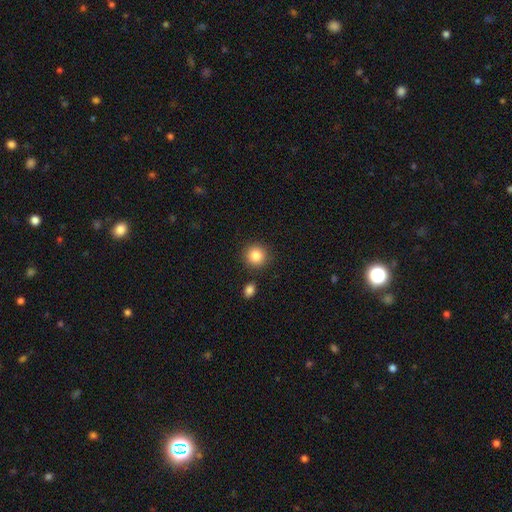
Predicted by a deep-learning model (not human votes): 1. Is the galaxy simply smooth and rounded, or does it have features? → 85% smooth, 9% star or artifact, 5% featured or disk.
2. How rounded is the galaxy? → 93% round, 6% in between, 1% cigar-shaped.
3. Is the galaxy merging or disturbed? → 87% none, 7% minor disturbance, 4% merger, 2% major disturbance.